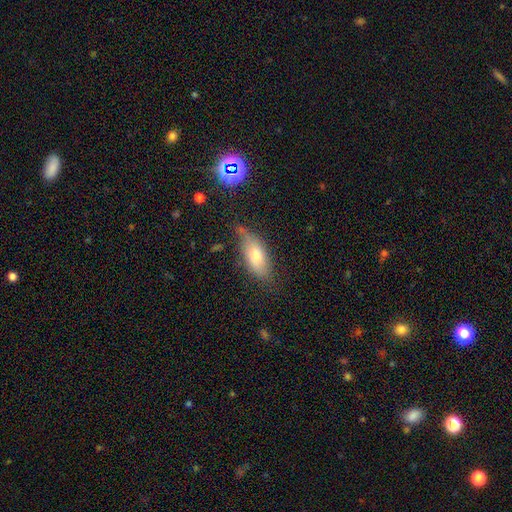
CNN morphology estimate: smooth 67%, featured or disk 24%, star or artifact 9%. Down the decision tree: how rounded — in between (80%); merging — none (61%).